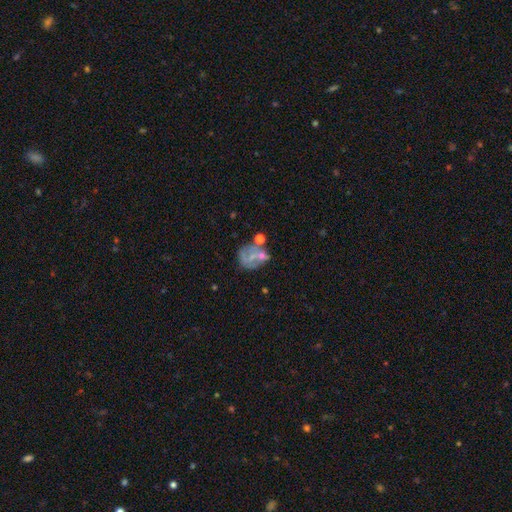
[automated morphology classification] Smooth or featured: featured or disk — 46% (smooth — 40%)
Merging: none — 40% (major disturbance — 20%)